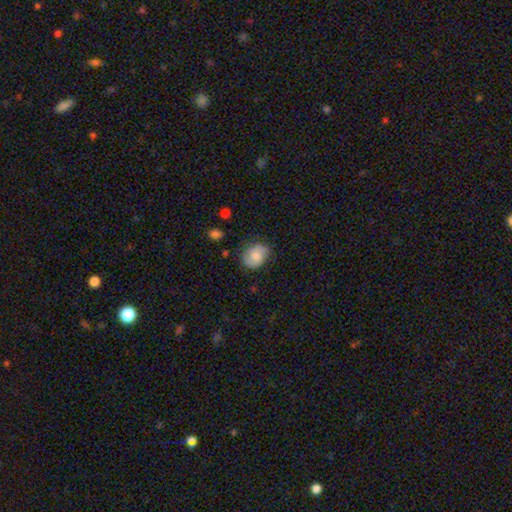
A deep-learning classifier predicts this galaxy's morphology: Smooth or featured? Predicted: smooth (p=0.74). How rounded? Predicted: in between (p=0.55). Merging? Predicted: none (p=0.69).